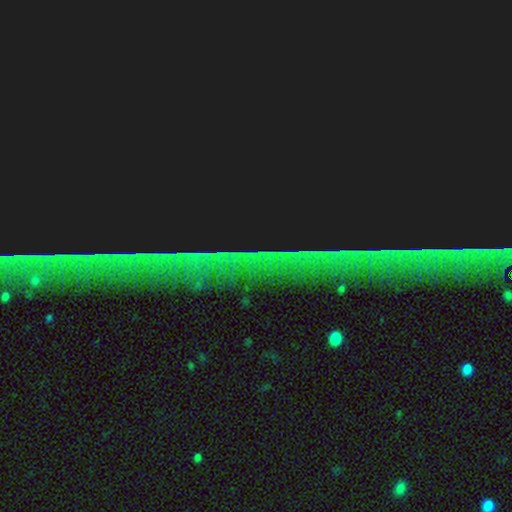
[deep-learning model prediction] star or artifact 85%, featured or disk 8%, smooth 7%.